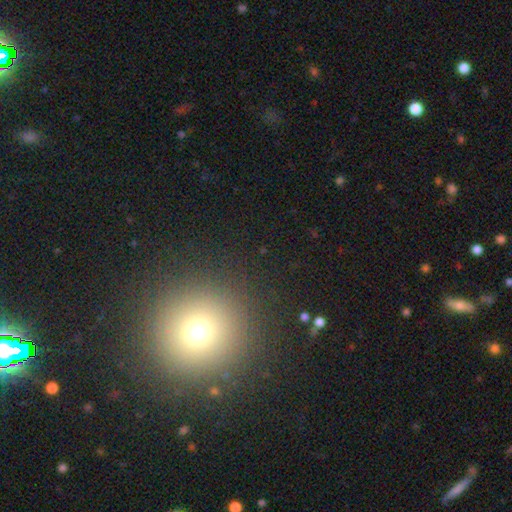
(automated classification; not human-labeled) Smooth or featured?
  - smooth: 61% *
  - star or artifact: 31%
  - featured or disk: 8%
How rounded?
  - round: 94% *
  - in between: 5%
  - cigar-shaped: 1%
Merging?
  - none: 91% *
  - minor disturbance: 5%
  - major disturbance: 2%
  - merger: 2%